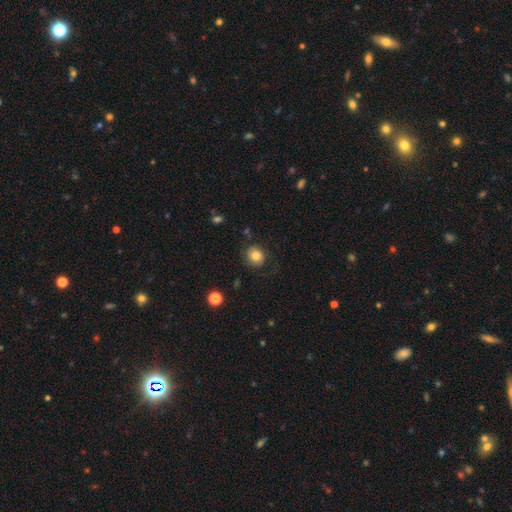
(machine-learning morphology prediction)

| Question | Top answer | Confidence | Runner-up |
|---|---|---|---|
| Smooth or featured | smooth | 78% | featured or disk (12%) |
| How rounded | round | 80% | in between (19%) |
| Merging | none | 74% | minor disturbance (16%) |